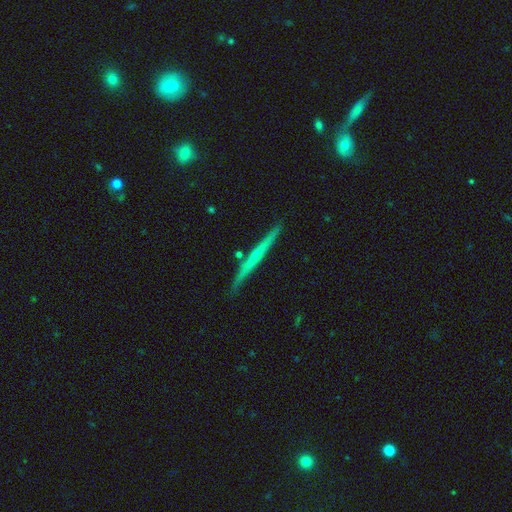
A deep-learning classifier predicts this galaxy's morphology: Smooth or featured? Predicted: featured or disk (p=0.62). Edge-on disk? Predicted: yes (p=0.97). Edge-on bulge? Predicted: none (p=0.60). Merging? Predicted: none (p=0.87).